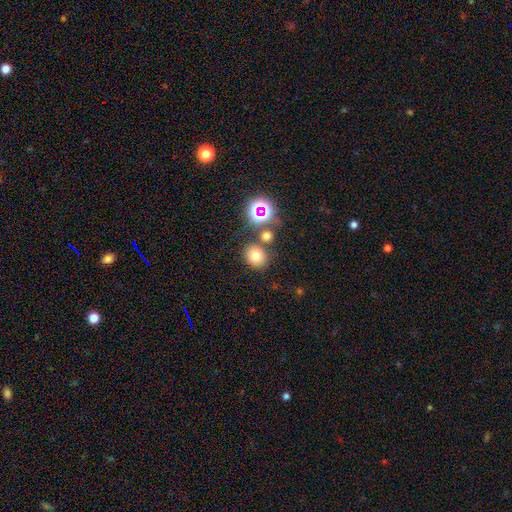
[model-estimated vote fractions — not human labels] Overall: smooth (70%). How rounded: round (82%). Merging: none (73%).